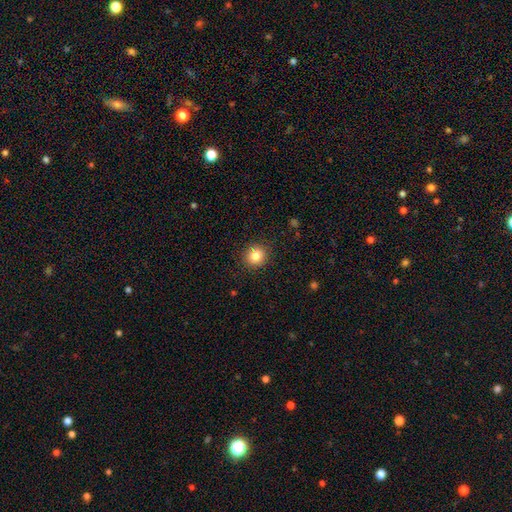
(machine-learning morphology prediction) Q: Smooth or featured?
A: smooth (83%); runner-up: star or artifact (11%)
Q: How rounded?
A: round (89%); runner-up: in between (10%)
Q: Merging?
A: none (90%); runner-up: minor disturbance (7%)